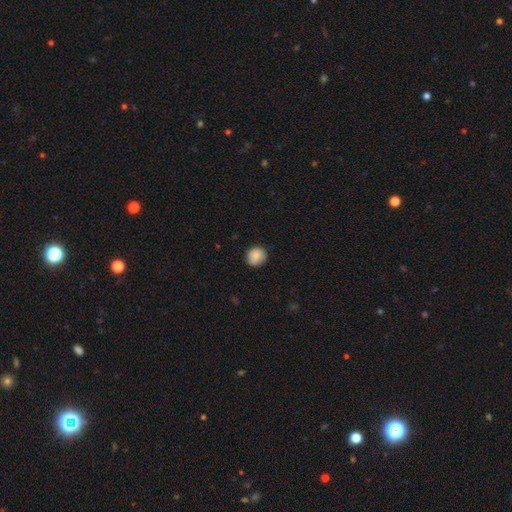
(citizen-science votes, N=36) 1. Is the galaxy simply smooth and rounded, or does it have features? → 89% smooth, 8% featured or disk, 3% star or artifact.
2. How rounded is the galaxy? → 100% round, 0% in between, 0% cigar-shaped.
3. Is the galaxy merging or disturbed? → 91% none, 3% minor disturbance, 3% major disturbance, 3% merger.